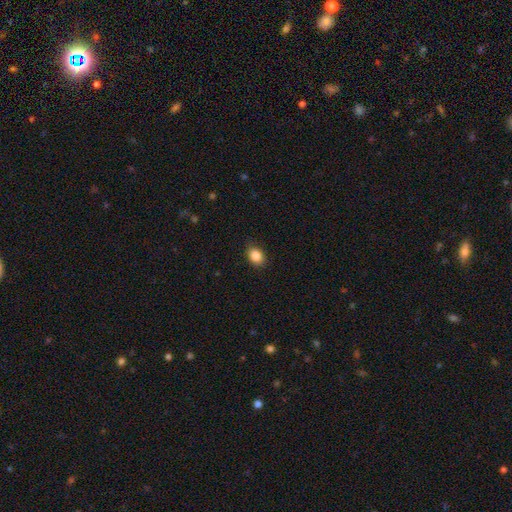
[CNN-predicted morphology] Smooth or featured? smooth (87%)
How rounded? in between (62%)
Merging? none (87%)